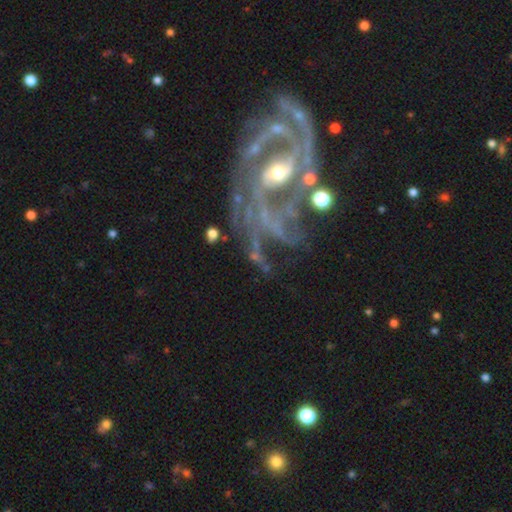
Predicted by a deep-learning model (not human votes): This appears to be a featured or disk galaxy (69%) with no bar (54%), spiral arms (73%) and a small central bulge (39%, tied with moderate). Merging: none (42%).